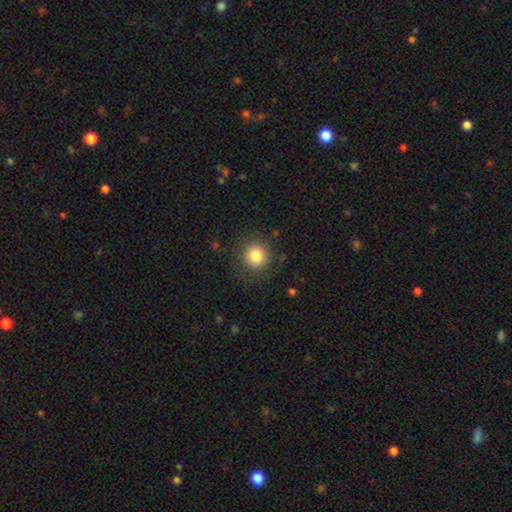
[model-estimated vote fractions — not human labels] The model was most divided on "smooth or featured": smooth: 83%, star or artifact: 11%, featured or disk: 6%. More confident: how rounded — round (91%); merging — none (88%).